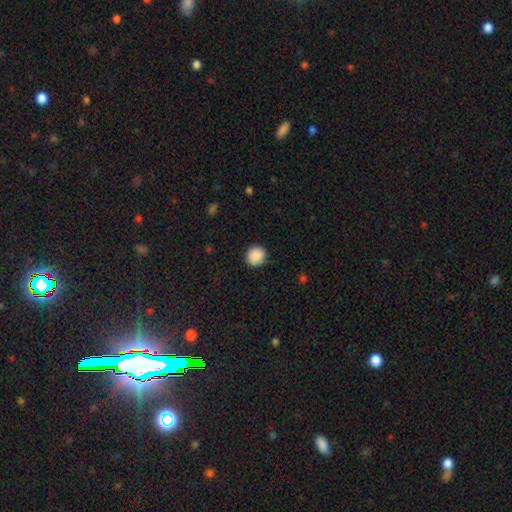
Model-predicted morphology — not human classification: Smooth or featured? Predicted: smooth (p=0.90). How rounded? Predicted: round (p=0.92). Merging? Predicted: none (p=0.92).